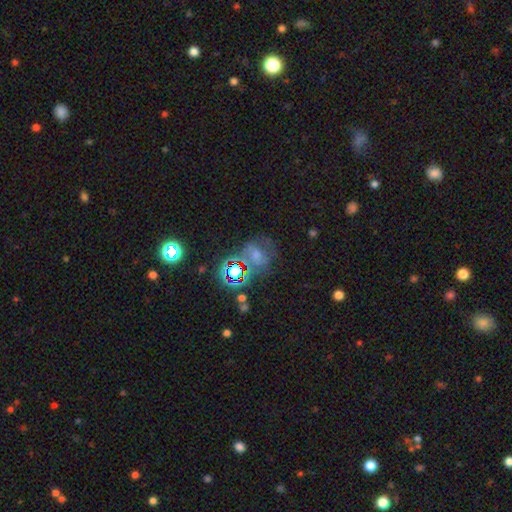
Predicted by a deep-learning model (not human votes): Smooth or featured? Predicted: smooth (p=0.39). Merging? Predicted: none (p=0.49).